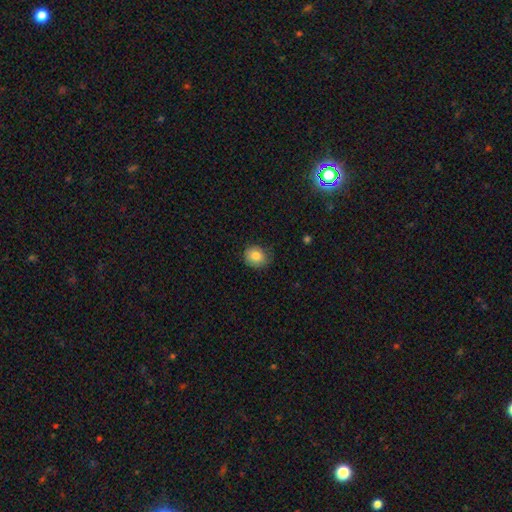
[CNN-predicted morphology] This appears to be a smooth galaxy with no disk features (83%) that is round (74%). Merging: none (75%).